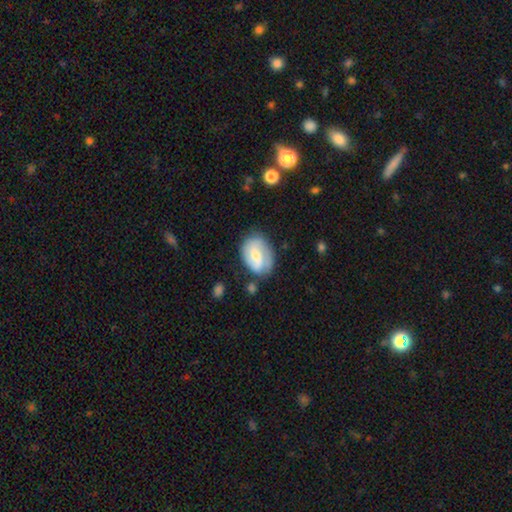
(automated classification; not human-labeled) Smooth or featured? Predicted: featured or disk (p=0.65). Edge-on disk? Predicted: no (p=0.97). Bar? Predicted: weak (p=0.52). Spiral arms? Predicted: yes (p=0.86). Spiral winding? Predicted: medium (p=0.43). Spiral arm count? Predicted: 2 (p=0.77). Bulge size? Predicted: moderate (p=0.52). Merging? Predicted: none (p=0.69).